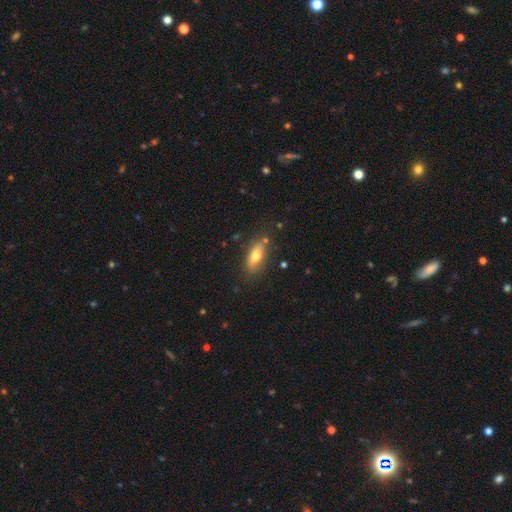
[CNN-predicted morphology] Smooth or featured? smooth (72%)
How rounded? in between (75%)
Merging? none (78%)